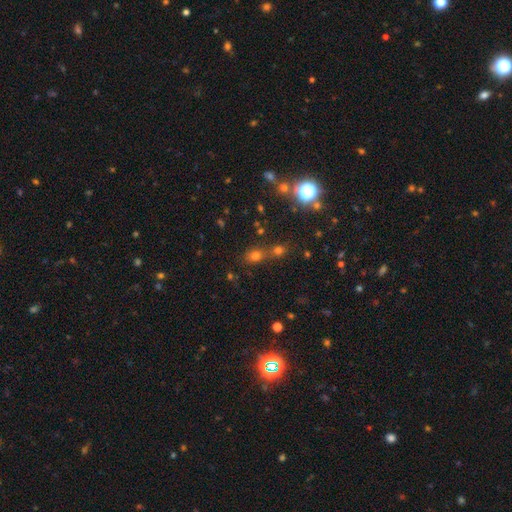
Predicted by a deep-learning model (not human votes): A smooth galaxy with no disk features (58%) that is round (62%).

Vote fractions:
- Smooth or featured? smooth: 58% / star or artifact: 33% / featured or disk: 9%
- How rounded? round: 62% / in between: 35% / cigar-shaped: 2%
- Merging? none: 52% / merger: 33% / minor disturbance: 9% / major disturbance: 5%